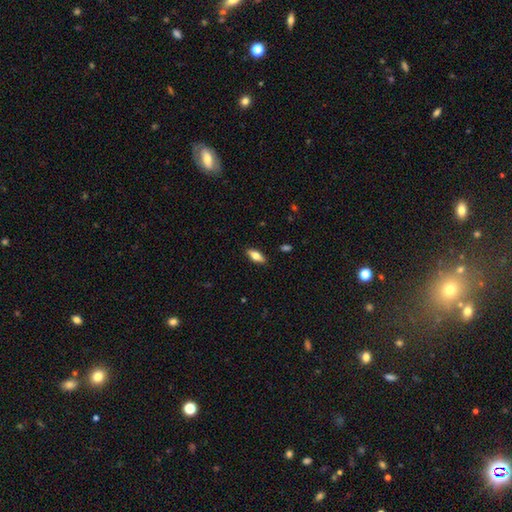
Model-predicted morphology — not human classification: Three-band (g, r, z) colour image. It shows a smooth galaxy with no disk features (66%) that is in between round and cigar-shaped (75%). Merging: none (88%).